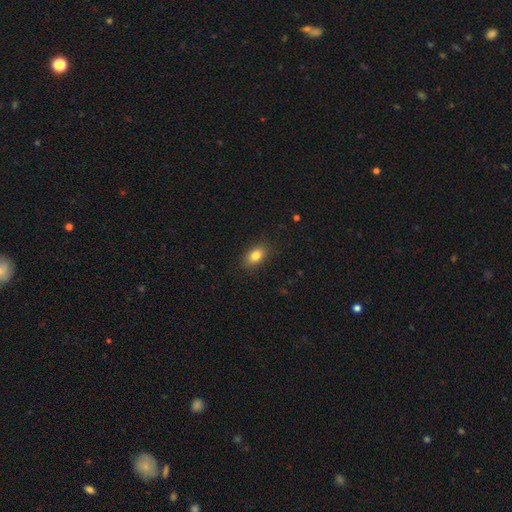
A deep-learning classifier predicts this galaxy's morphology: A smooth galaxy with no disk features (83%) that is in between round and cigar-shaped (87%). Merging: none (88%).